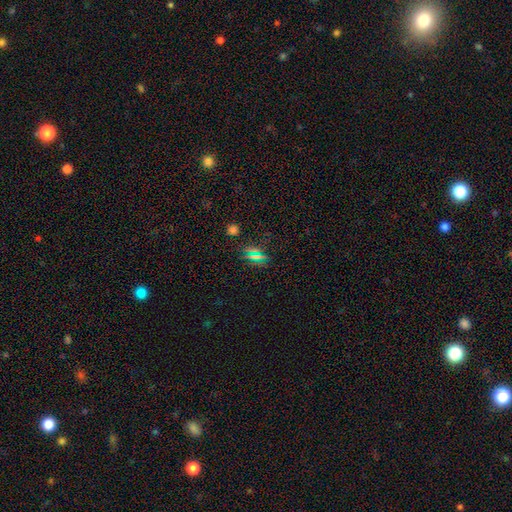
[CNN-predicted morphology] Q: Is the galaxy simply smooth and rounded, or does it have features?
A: star or artifact — 45%.